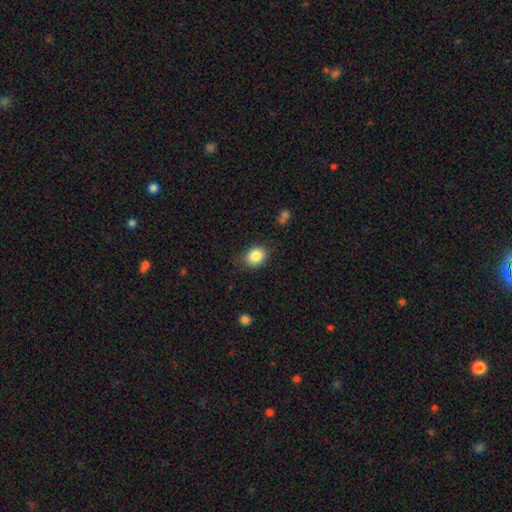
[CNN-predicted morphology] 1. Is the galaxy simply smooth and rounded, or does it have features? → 85% smooth, 9% star or artifact, 6% featured or disk.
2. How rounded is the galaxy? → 50% round, 49% in between, 1% cigar-shaped.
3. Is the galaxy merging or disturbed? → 77% none, 17% minor disturbance, 4% major disturbance, 2% merger.